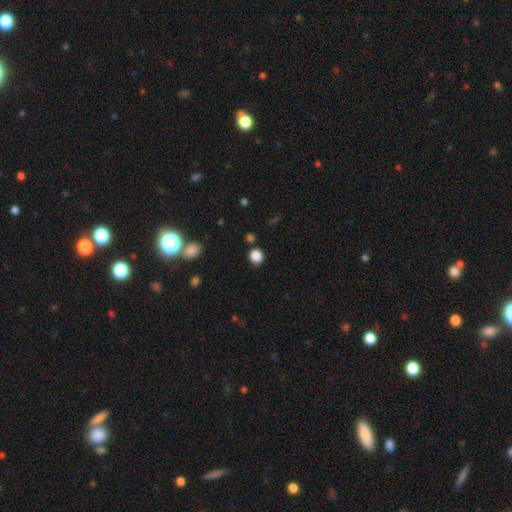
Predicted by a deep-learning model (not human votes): A smooth galaxy with no disk features (85%) that is round (84%). Merging: none (84%).